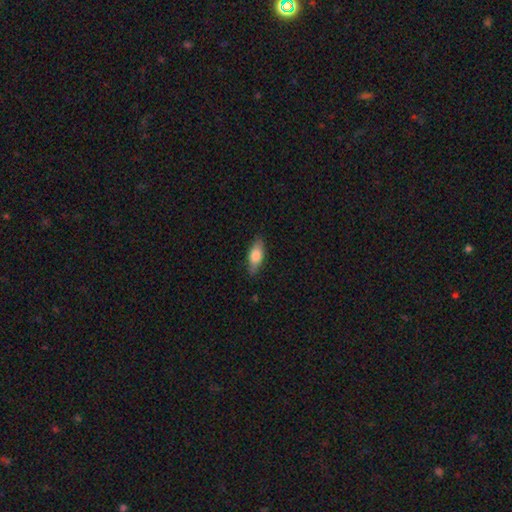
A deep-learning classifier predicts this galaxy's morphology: Q: Smooth or featured?
A: smooth (72%); runner-up: featured or disk (22%)
Q: How rounded?
A: in between (75%); runner-up: cigar-shaped (22%)
Q: Merging?
A: none (85%); runner-up: minor disturbance (12%)